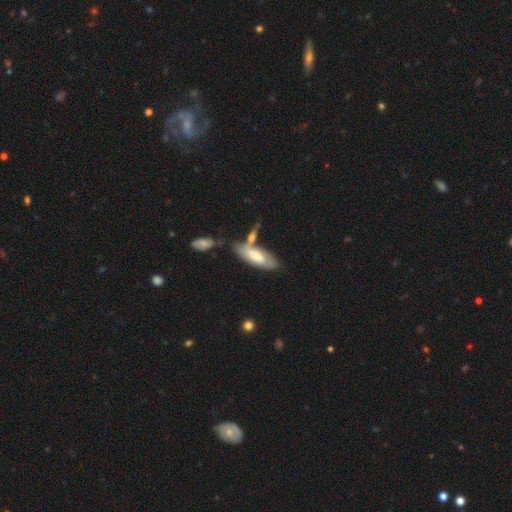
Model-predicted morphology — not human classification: Smooth or featured?
  - smooth: 65% *
  - featured or disk: 29%
  - star or artifact: 5%
How rounded?
  - in between: 64% *
  - cigar-shaped: 34%
  - round: 2%
Merging?
  - none: 48% *
  - merger: 27%
  - minor disturbance: 18%
  - major disturbance: 7%